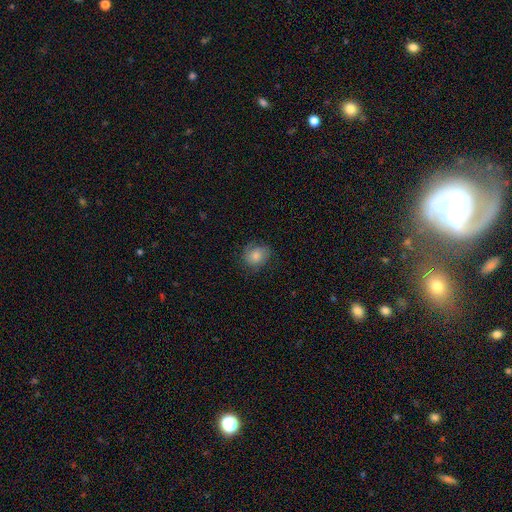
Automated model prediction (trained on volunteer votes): Smooth or featured: smooth — 75% (featured or disk — 17%)
How rounded: round — 67% (in between — 32%)
Merging: none — 72% (minor disturbance — 20%)